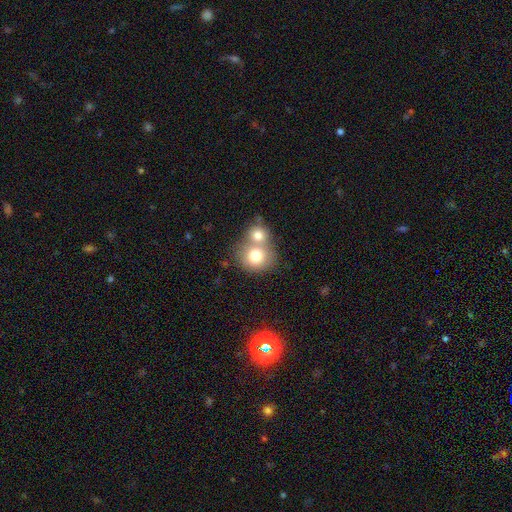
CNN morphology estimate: Smooth or featured: smooth — 75% (featured or disk — 16%)
How rounded: round — 79% (in between — 20%)
Merging: merger — 60% (none — 30%)